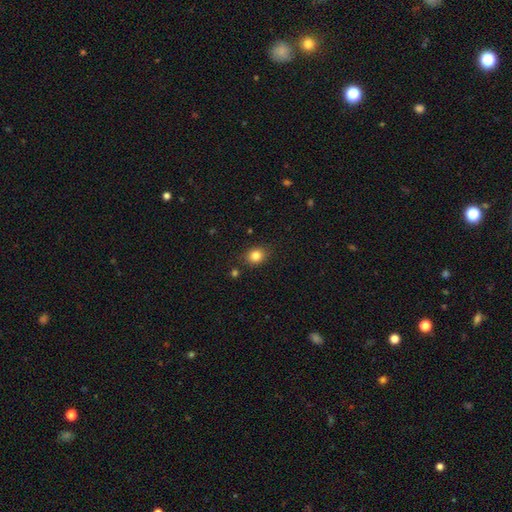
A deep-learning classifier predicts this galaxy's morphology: A smooth galaxy with no disk features (82%) that is round (64%). Merging: none (84%).